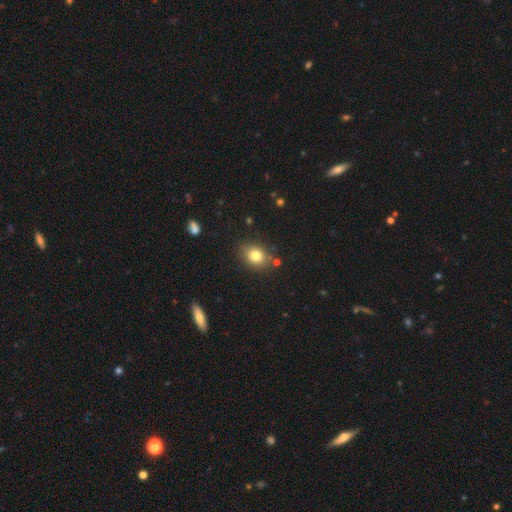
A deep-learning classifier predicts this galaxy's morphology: smooth_or_featured: smooth (p=0.80) [alt: star or artifact p=0.11]
how_rounded: round (p=0.50) [alt: in between p=0.49]
merging: none (p=0.81) [alt: minor disturbance p=0.12]